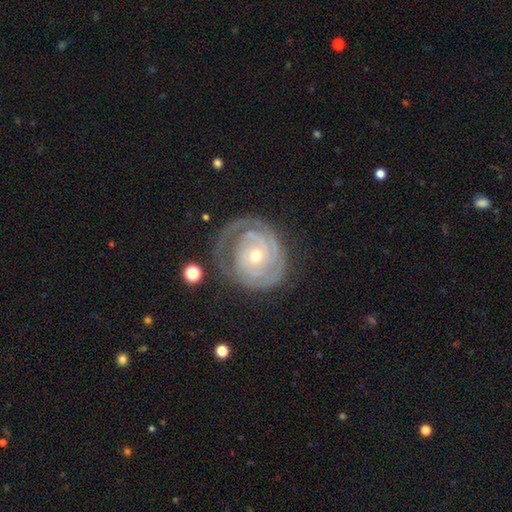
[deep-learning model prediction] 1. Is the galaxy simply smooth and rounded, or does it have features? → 85% featured or disk, 10% smooth, 5% star or artifact.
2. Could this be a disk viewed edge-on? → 97% no, 3% yes.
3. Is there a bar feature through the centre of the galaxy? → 75% no, 19% weak, 6% strong.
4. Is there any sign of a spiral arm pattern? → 93% yes, 7% no.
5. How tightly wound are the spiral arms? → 79% tight, 17% medium, 4% loose.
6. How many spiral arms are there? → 36% 2, 26% can't tell, 18% 3, 11% 1, 5% 4, 4% more than 4.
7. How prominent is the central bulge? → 49% small, 48% moderate, 2% large, 1% none, 1% dominant.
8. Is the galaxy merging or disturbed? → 68% none, 19% minor disturbance, 12% major disturbance, 2% merger.